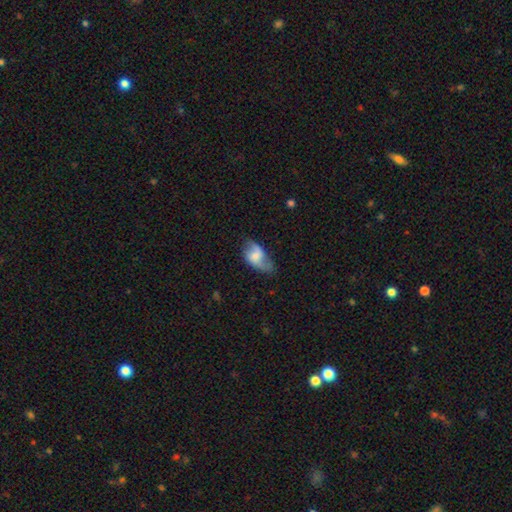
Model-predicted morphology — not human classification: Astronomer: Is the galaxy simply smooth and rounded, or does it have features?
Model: featured or disk — 51% (runner-up: smooth, 42%).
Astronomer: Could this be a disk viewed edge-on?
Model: no — 94%.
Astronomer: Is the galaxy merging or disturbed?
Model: none — 51% (runner-up: minor disturbance, 31%).